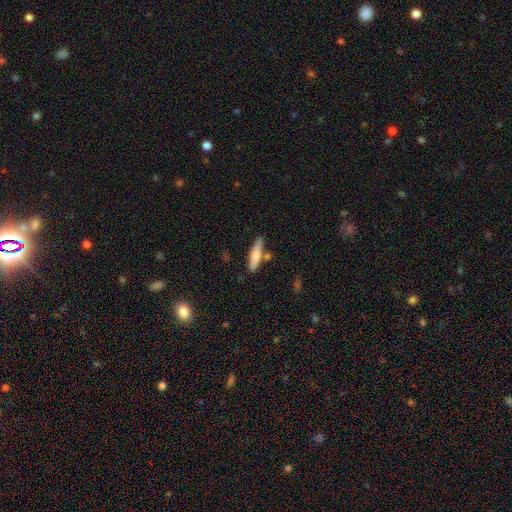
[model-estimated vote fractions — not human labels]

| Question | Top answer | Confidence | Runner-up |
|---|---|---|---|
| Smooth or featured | smooth | 69% | featured or disk (26%) |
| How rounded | cigar-shaped | 77% | in between (21%) |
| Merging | none | 73% | minor disturbance (15%) |